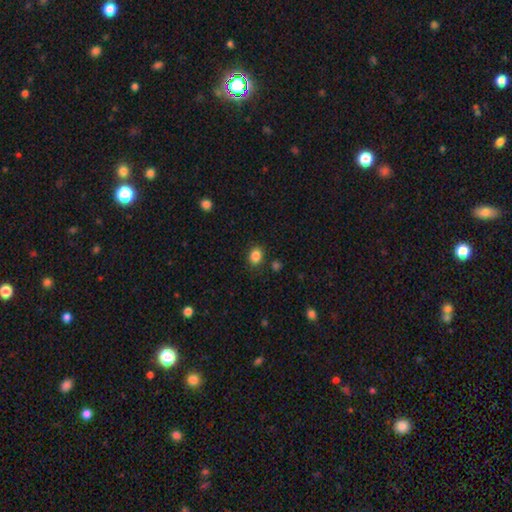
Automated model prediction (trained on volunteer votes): Smooth or featured?
  - smooth: 85% *
  - star or artifact: 11%
  - featured or disk: 4%
How rounded?
  - round: 50% *
  - in between: 49%
  - cigar-shaped: 1%
Merging?
  - none: 84% *
  - minor disturbance: 10%
  - major disturbance: 3%
  - merger: 3%